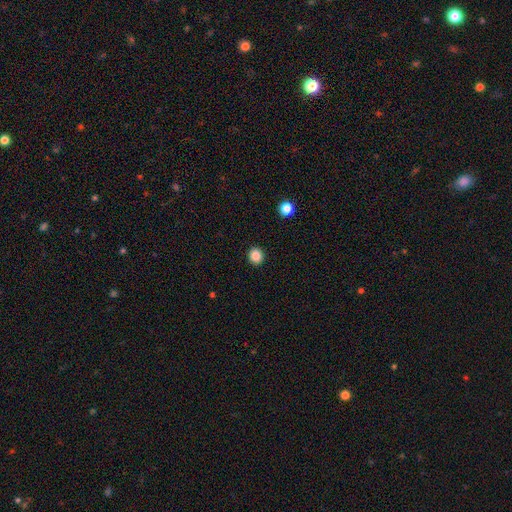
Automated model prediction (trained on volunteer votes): smooth-or-featured: smooth: 87% | star or artifact: 10% | featured or disk: 3%
  how-rounded: round: 84% | in between: 15% | cigar-shaped: 1%
  merging: none: 92% | minor disturbance: 5% | major disturbance: 2% | merger: 1%